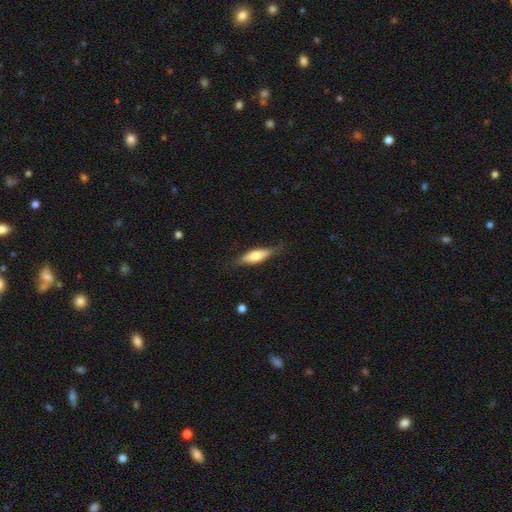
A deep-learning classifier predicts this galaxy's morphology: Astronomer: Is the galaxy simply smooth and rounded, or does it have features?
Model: smooth — 60%.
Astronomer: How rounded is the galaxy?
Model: in between — 50% (runner-up: cigar-shaped, 48%).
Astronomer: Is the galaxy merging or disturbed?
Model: none — 74%.